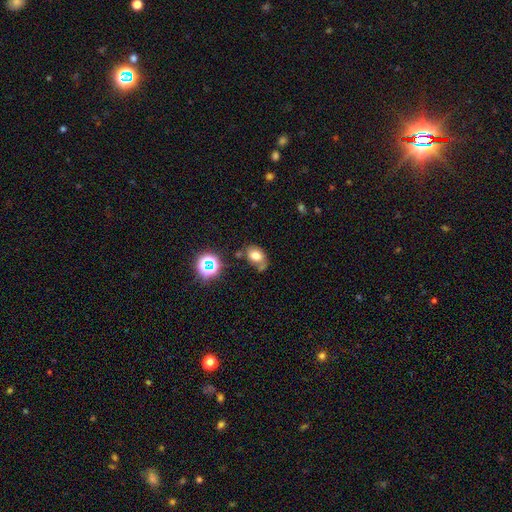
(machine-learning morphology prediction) Q: Smooth or featured?
A: smooth (70%); runner-up: featured or disk (16%)
Q: How rounded?
A: in between (72%); runner-up: round (27%)
Q: Merging?
A: none (53%); runner-up: minor disturbance (25%)